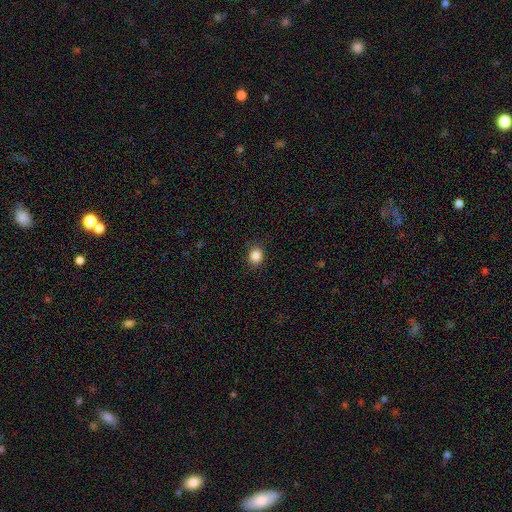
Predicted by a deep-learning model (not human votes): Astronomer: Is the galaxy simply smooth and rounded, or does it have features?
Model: smooth — 86%.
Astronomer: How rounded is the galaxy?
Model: round — 69%.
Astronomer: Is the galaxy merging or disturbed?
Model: none — 89%.